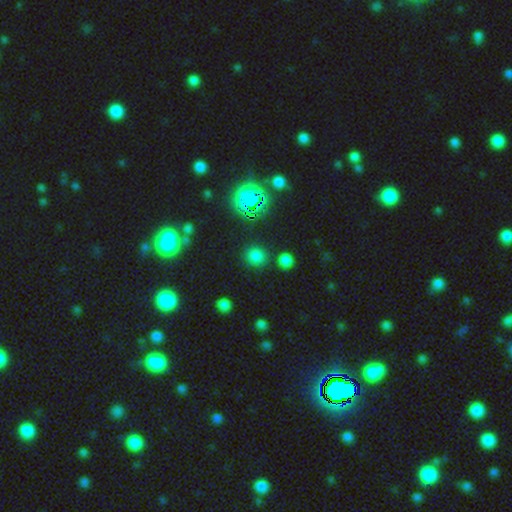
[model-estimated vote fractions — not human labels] smooth 69%, star or artifact 26%, featured or disk 5%. Down the decision tree: how rounded — round (86%); merging — none (84%).